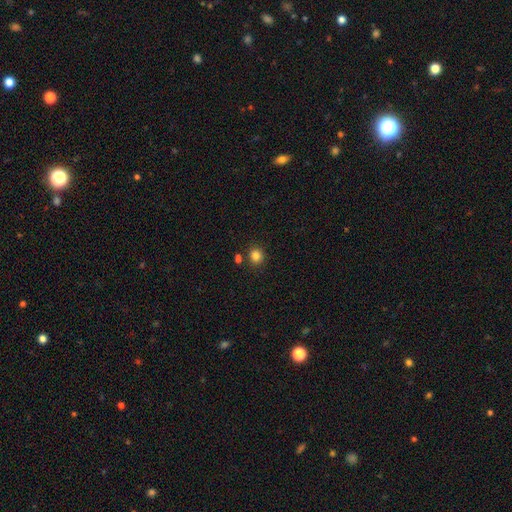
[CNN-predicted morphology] Smooth or featured? smooth (83%)
How rounded? round (83%)
Merging? none (82%)